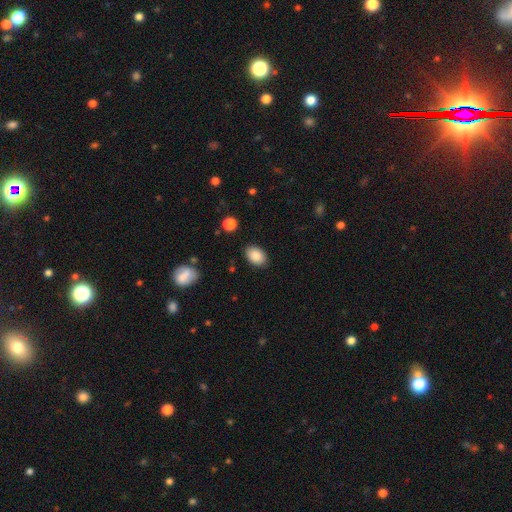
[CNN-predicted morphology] Overall: smooth (88%). How rounded: in between (85%). Merging: none (87%).